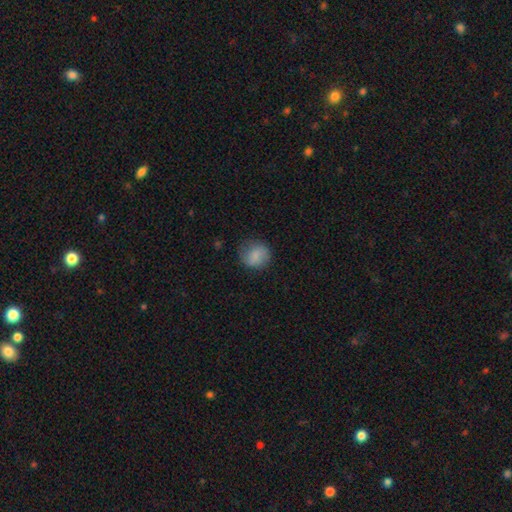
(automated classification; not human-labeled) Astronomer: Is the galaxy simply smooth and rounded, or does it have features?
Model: smooth — 82%.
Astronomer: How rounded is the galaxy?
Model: round — 82%.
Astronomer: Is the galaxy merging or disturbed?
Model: none — 74%.